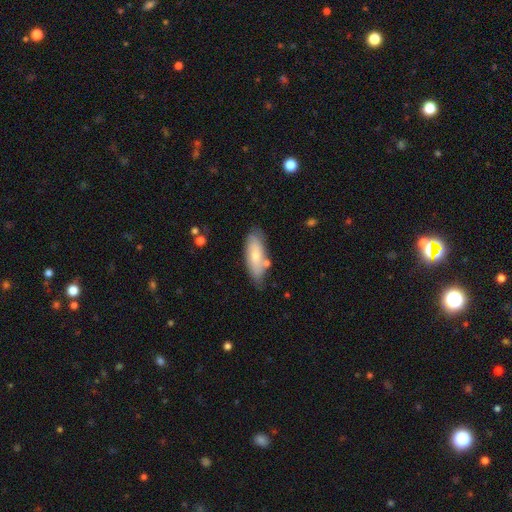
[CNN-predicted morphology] This appears to be a smooth galaxy with no disk features (62%) that is in between round and cigar-shaped (72%). Merging: none (70%).